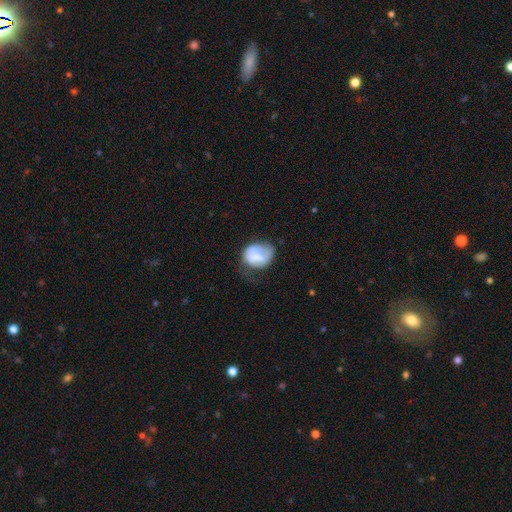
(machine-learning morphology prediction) smooth 57%, featured or disk 35%, star or artifact 8%. Down the decision tree: how rounded — in between (53%); merging — minor disturbance (35%).